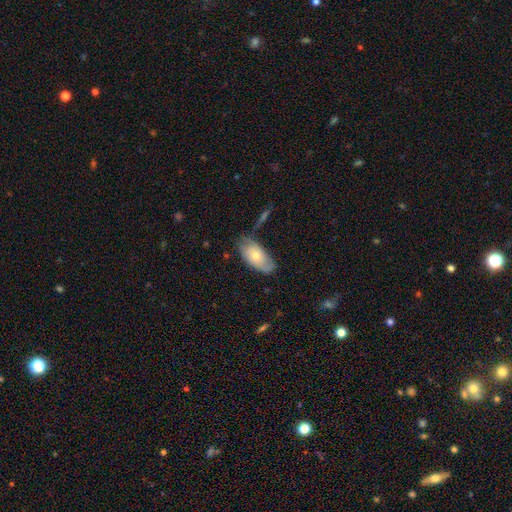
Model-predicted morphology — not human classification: Smooth or featured: smooth — 65% (featured or disk — 29%)
How rounded: in between — 93% (round — 4%)
Merging: none — 53% (minor disturbance — 30%)